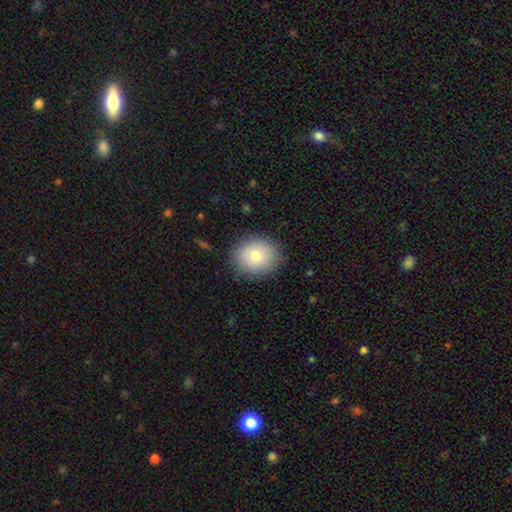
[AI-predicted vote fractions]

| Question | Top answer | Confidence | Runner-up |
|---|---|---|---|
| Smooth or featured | smooth | 78% | featured or disk (13%) |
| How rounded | round | 69% | in between (30%) |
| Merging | none | 87% | minor disturbance (9%) |